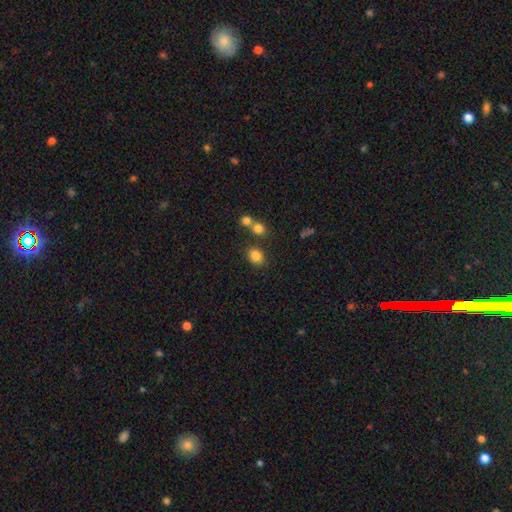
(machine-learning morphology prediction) This is clearly a smooth galaxy (83%). How rounded: possibly round (53%). Merging: likely none (76%).